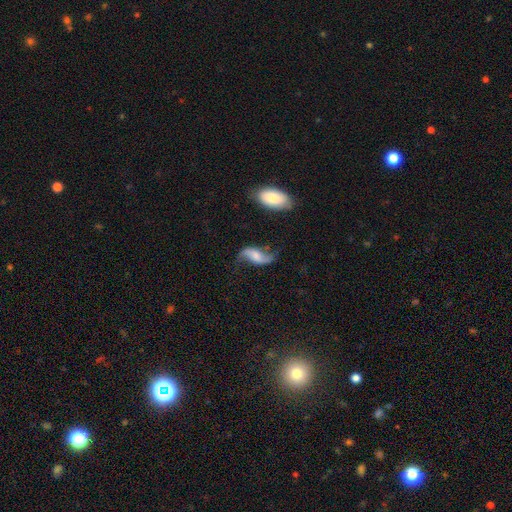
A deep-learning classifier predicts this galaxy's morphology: featured or disk 74%, smooth 19%, star or artifact 7%. Down the decision tree: edge-on disk — no (95%); bar — no (46%); spiral arms — yes (93%); spiral arm count — 2 (92%); spiral winding — loose (88%); bulge size — small (34%); merging — none (60%).